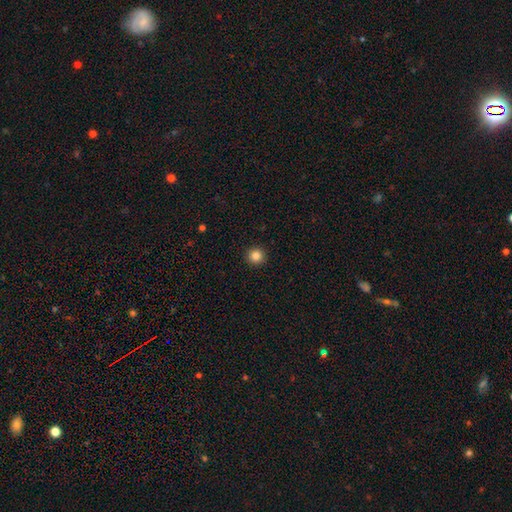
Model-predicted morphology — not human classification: Overall: smooth (85%). How rounded: round (95%). Merging: none (93%).